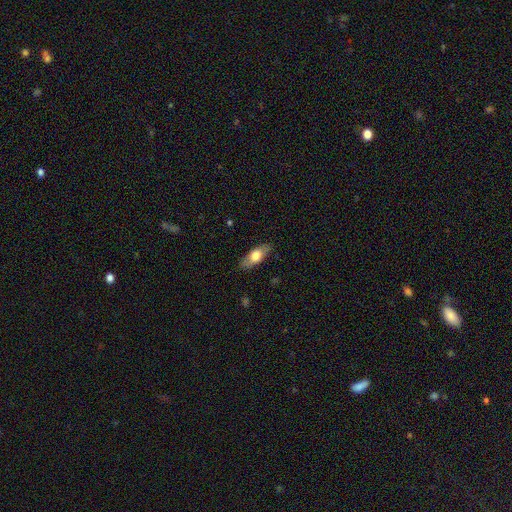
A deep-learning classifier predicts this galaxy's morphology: smooth 66%, featured or disk 28%, star or artifact 6%. Down the decision tree: how rounded — in between (75%); merging — none (84%).